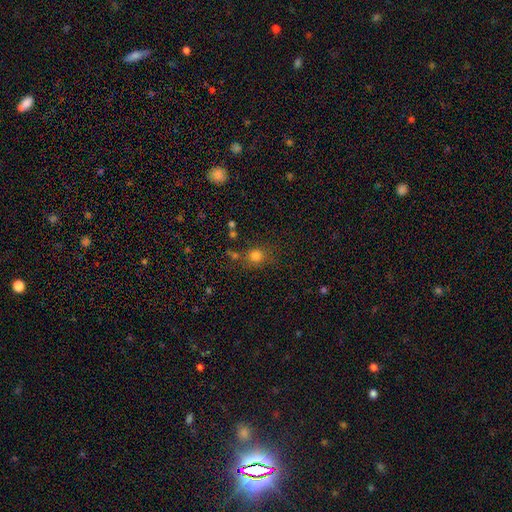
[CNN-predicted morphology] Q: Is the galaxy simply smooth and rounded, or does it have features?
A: smooth — 77%.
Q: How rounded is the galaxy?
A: round — 82%.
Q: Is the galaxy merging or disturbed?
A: none — 71%.